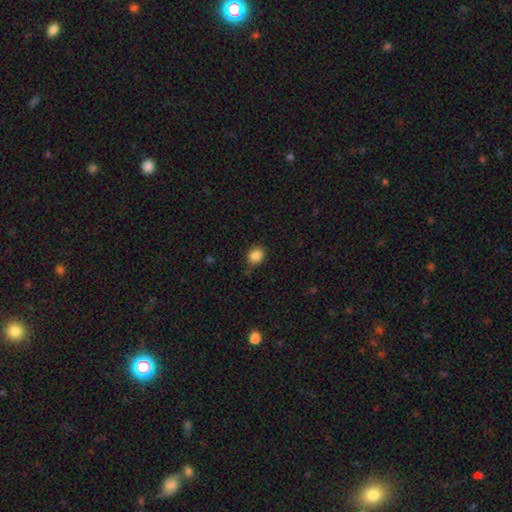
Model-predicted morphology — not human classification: type=smooth (86%); roundness=round (58%); merging=none (82%).